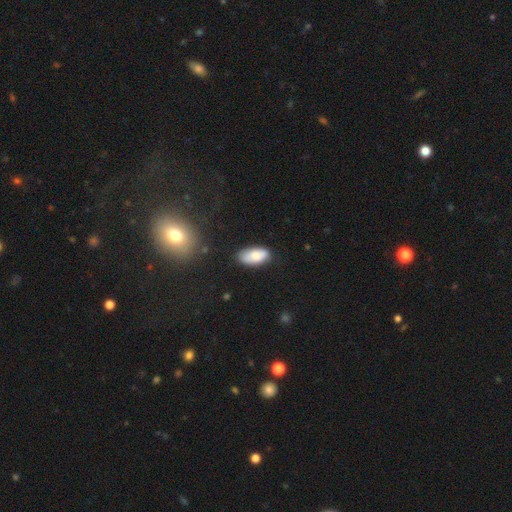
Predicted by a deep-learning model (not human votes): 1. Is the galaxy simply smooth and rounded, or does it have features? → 80% smooth, 14% featured or disk, 7% star or artifact.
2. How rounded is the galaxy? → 92% in between, 5% cigar-shaped, 3% round.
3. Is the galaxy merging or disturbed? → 74% none, 20% minor disturbance, 4% major disturbance, 2% merger.